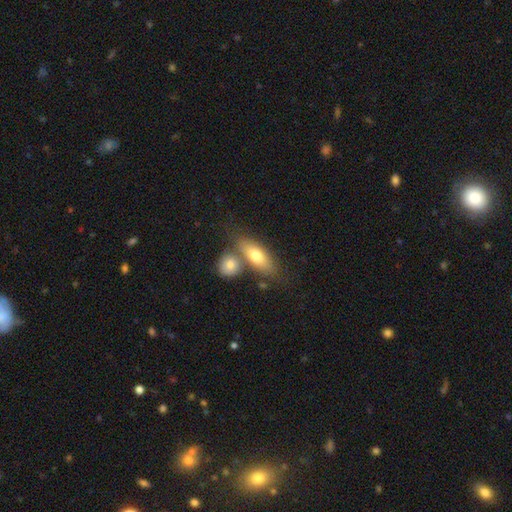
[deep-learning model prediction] smooth 70%, featured or disk 24%, star or artifact 6%. Down the decision tree: how rounded — in between (71%); merging — none (50%).